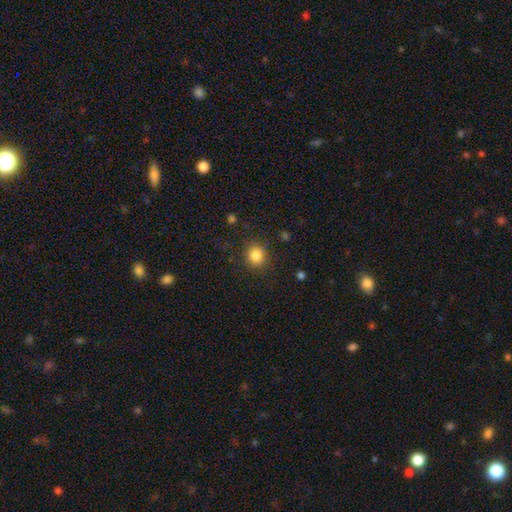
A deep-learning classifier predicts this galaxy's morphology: Smooth or featured? smooth (84%)
How rounded? round (86%)
Merging? none (87%)